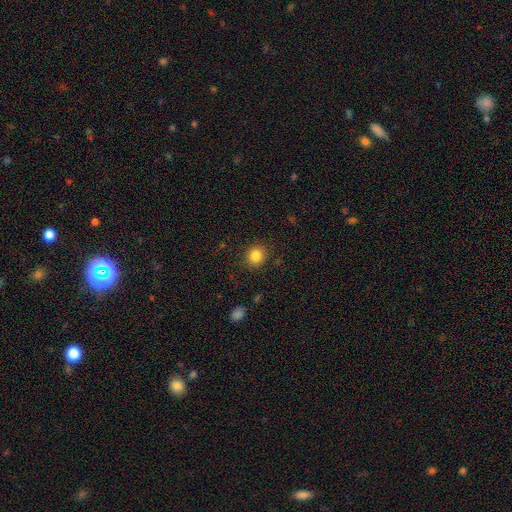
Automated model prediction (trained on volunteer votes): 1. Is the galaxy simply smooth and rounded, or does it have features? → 85% smooth, 11% star or artifact, 5% featured or disk.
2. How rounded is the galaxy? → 84% round, 15% in between, 1% cigar-shaped.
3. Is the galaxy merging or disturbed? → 88% none, 8% minor disturbance, 3% major disturbance, 1% merger.